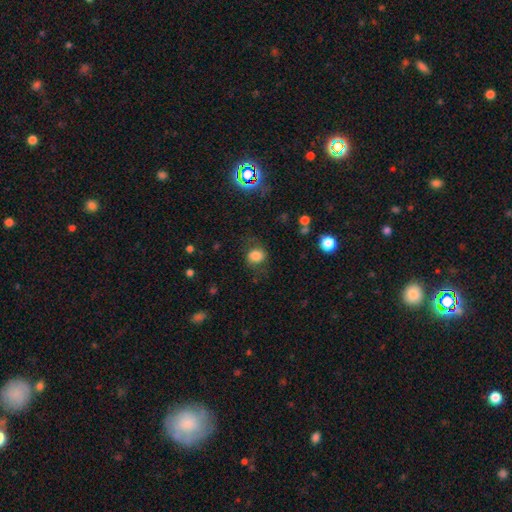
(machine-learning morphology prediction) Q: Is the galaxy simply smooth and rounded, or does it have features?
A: smooth — 74%.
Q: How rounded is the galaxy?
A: round — 63%.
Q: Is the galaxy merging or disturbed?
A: none — 65%.